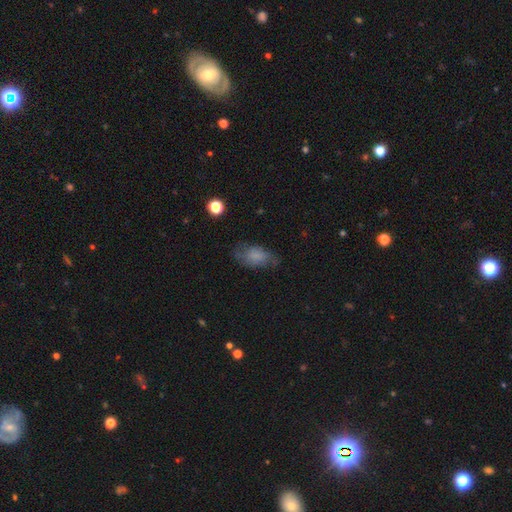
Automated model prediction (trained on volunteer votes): Smooth or featured: smooth — 62% (featured or disk — 28%)
How rounded: in between — 90% (round — 6%)
Merging: none — 57% (minor disturbance — 28%)